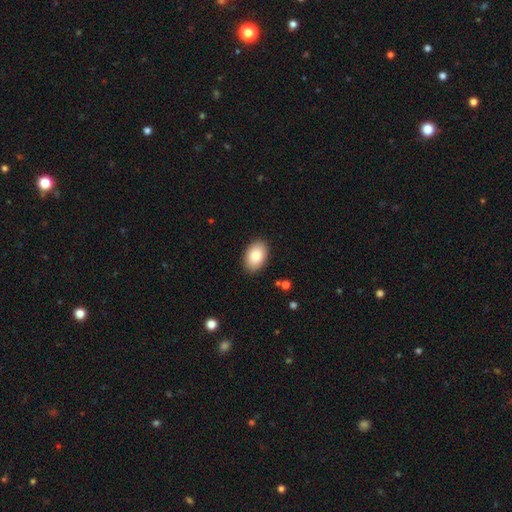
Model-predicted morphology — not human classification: Smooth or featured? Predicted: smooth (p=0.84). How rounded? Predicted: in between (p=0.90). Merging? Predicted: none (p=0.89).